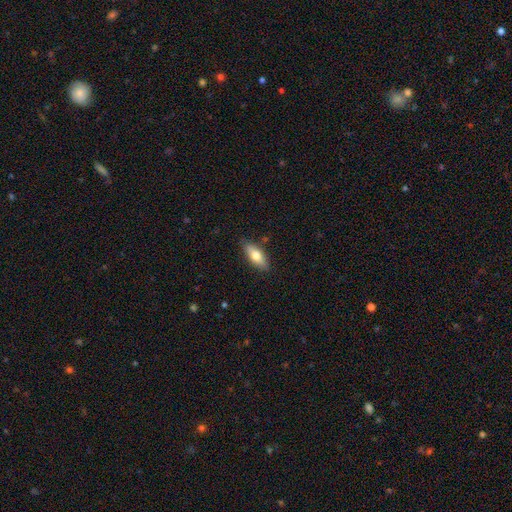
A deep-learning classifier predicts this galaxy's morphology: A smooth galaxy with no disk features (68%) that is in between round and cigar-shaped (72%).

Vote fractions:
- Smooth or featured? smooth: 68% / featured or disk: 25% / star or artifact: 6%
- How rounded? in between: 72% / cigar-shaped: 26% / round: 3%
- Merging? none: 84% / minor disturbance: 12% / major disturbance: 2% / merger: 2%